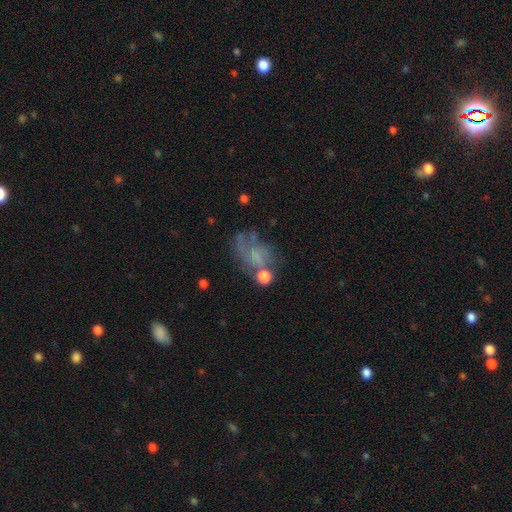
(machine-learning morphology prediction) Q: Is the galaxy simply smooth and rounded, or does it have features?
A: featured or disk — 52%.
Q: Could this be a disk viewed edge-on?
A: no — 97%.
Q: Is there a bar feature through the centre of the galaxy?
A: no — 77%.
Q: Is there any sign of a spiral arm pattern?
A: no — 51%.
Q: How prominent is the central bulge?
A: none — 55%.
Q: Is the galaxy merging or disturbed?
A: none — 35%.